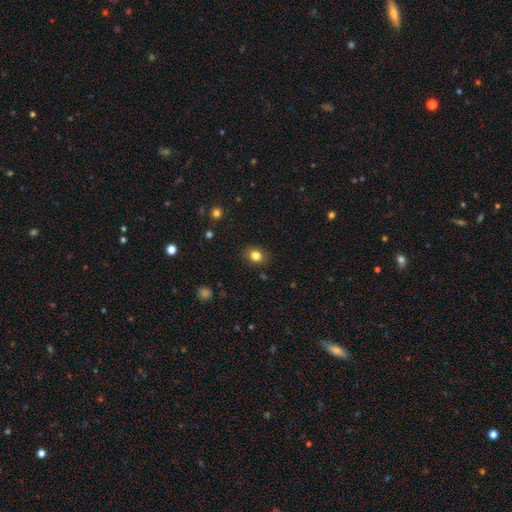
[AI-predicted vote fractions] Smooth or featured: smooth — 82% (star or artifact — 11%)
How rounded: in between — 55% (round — 44%)
Merging: none — 85% (minor disturbance — 11%)